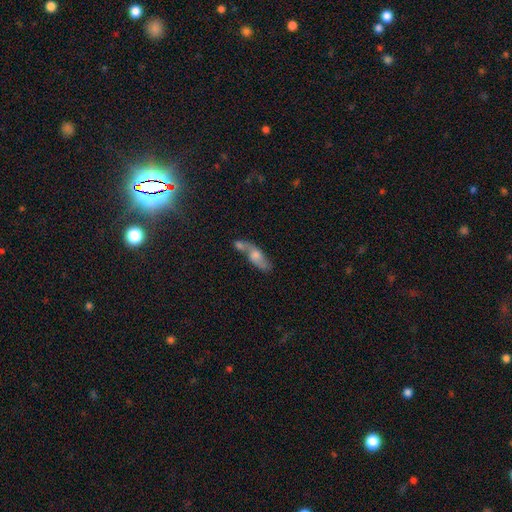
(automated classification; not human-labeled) smooth 55%, featured or disk 36%, star or artifact 9%. Down the decision tree: how rounded — in between (62%); merging — merger (55%).